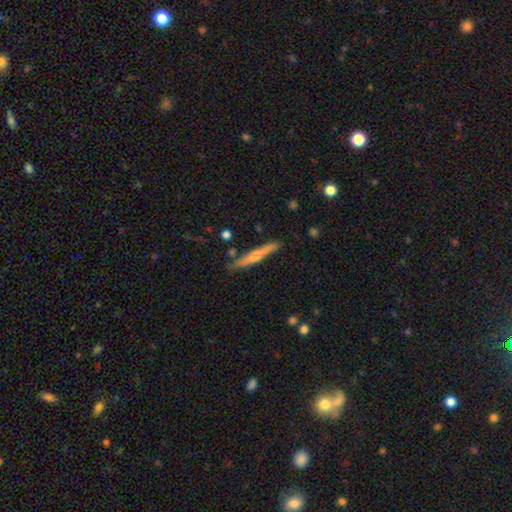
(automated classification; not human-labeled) smooth-or-featured: featured or disk: 48% | smooth: 46% | star or artifact: 6%
  merging: none: 82% | minor disturbance: 13% | merger: 3% | major disturbance: 2%